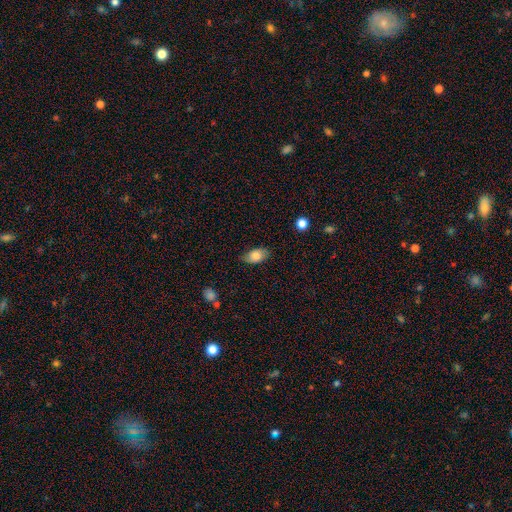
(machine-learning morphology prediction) Q: Smooth or featured?
A: smooth (81%); runner-up: featured or disk (12%)
Q: How rounded?
A: in between (91%); runner-up: round (7%)
Q: Merging?
A: none (76%); runner-up: minor disturbance (19%)